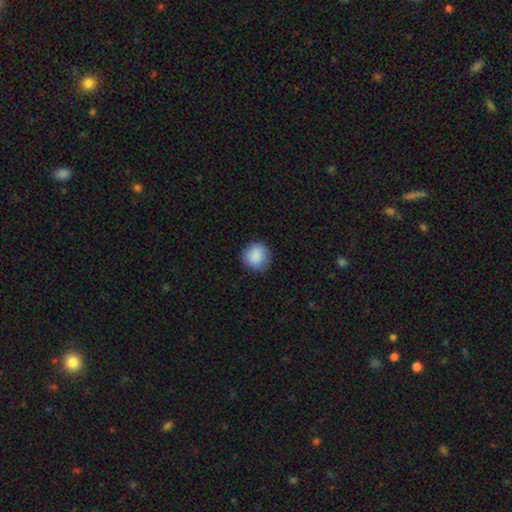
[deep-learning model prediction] A smooth galaxy with no disk features (89%) that is round (90%).

Vote fractions:
- Smooth or featured? smooth: 89% / star or artifact: 7% / featured or disk: 4%
- How rounded? round: 90% / in between: 9% / cigar-shaped: 1%
- Merging? none: 84% / minor disturbance: 12% / major disturbance: 3% / merger: 1%